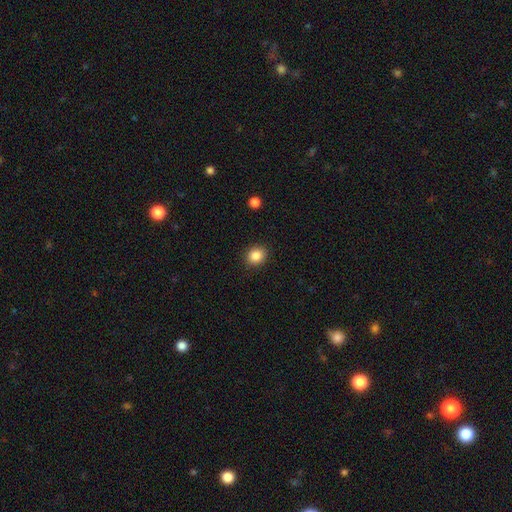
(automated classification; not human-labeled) Smooth or featured: smooth — 86% (star or artifact — 10%)
How rounded: round — 72% (in between — 27%)
Merging: none — 90% (minor disturbance — 6%)